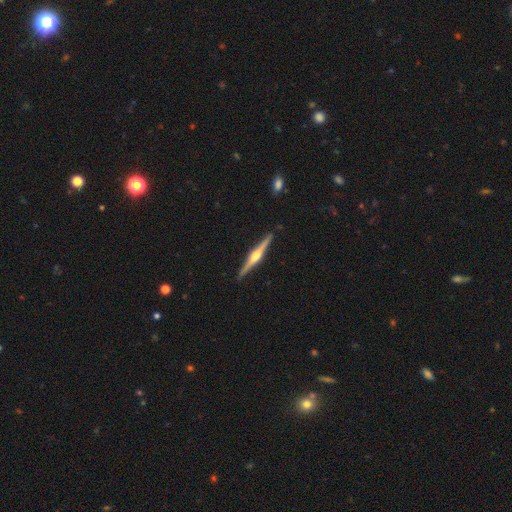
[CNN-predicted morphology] A featured or disk galaxy (82%) viewed edge-on (99%) with a rounded central bulge (91%).

Vote fractions:
- Smooth or featured? featured or disk: 82% / smooth: 13% / star or artifact: 4%
- Edge-on disk? yes: 99% / no: 1%
- Edge-on bulge? rounded: 91% / boxy: 6% / none: 3%
- Merging? none: 92% / minor disturbance: 6% / major disturbance: 1% / merger: 1%